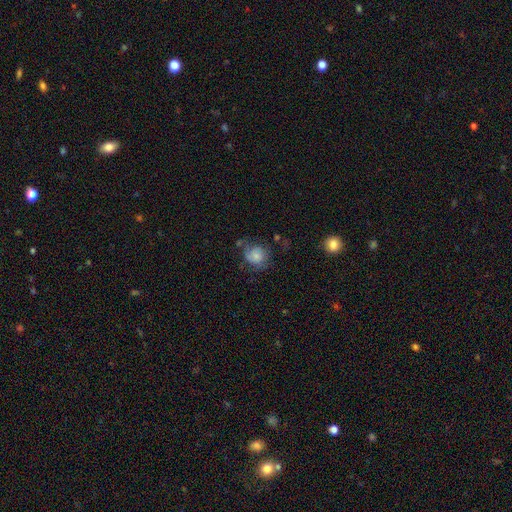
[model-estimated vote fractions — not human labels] A smooth galaxy with no disk features (58%) that is round (77%). Merging: none (49%).